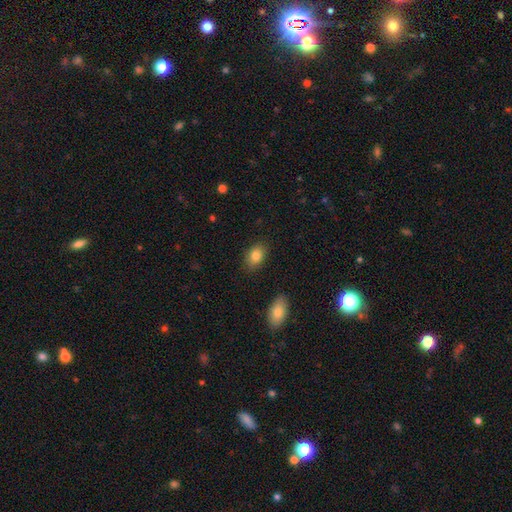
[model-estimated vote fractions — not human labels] smooth_or_featured: smooth (p=0.84) [alt: star or artifact p=0.08]
how_rounded: in between (p=0.83) [alt: round p=0.15]
merging: none (p=0.83) [alt: minor disturbance p=0.12]